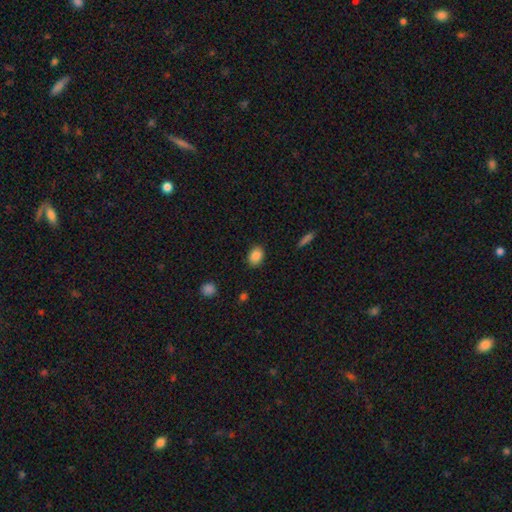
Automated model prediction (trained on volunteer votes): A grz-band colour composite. It shows a smooth galaxy with no disk features (86%) that is in between round and cigar-shaped (70%). Merging: none (87%).